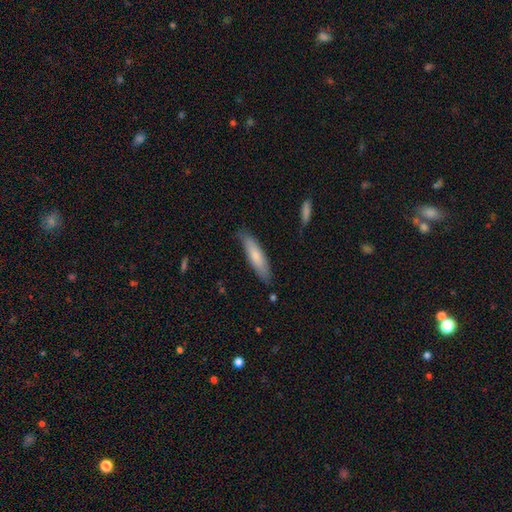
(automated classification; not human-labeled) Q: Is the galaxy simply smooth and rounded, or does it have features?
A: smooth — 71%.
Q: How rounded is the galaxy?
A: cigar-shaped — 71%.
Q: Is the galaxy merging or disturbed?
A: none — 79%.